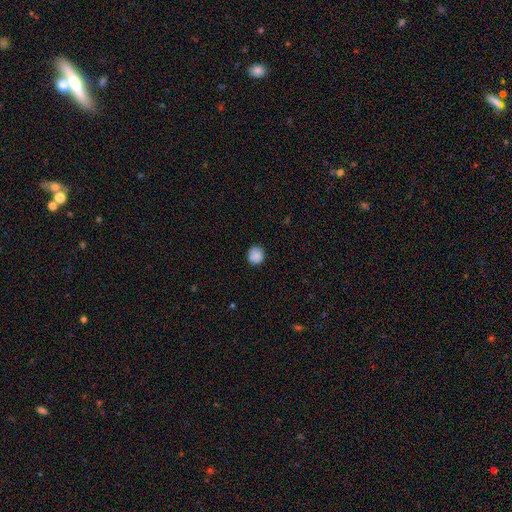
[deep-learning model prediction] A smooth galaxy with no disk features (87%) that is round (88%). Merging: none (84%).